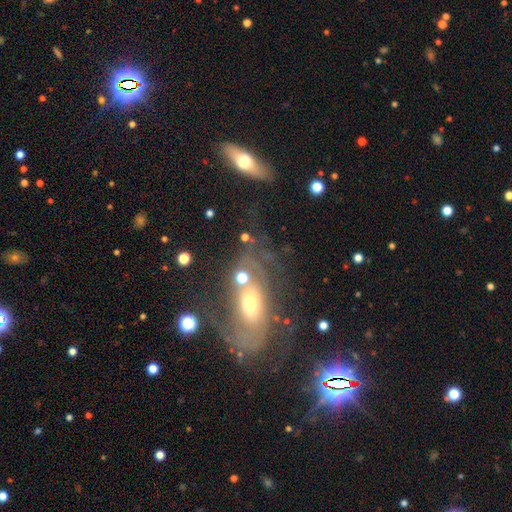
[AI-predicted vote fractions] Smooth or featured? Predicted: featured or disk (p=0.62). Edge-on disk? Predicted: no (p=0.80). Merging? Predicted: none (p=0.50).